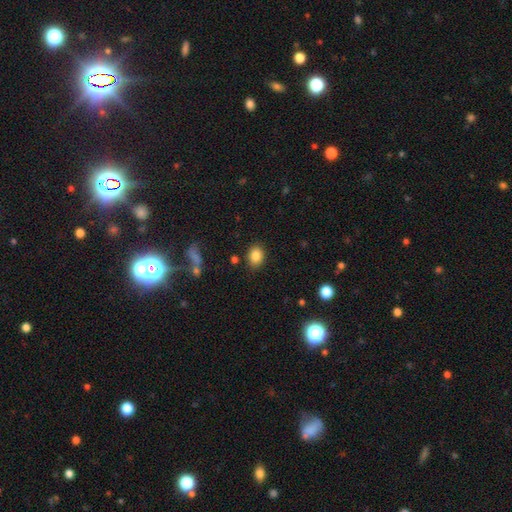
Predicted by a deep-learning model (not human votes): smooth-or-featured: smooth: 85% | star or artifact: 10% | featured or disk: 6%
  how-rounded: in between: 60% | round: 38% | cigar-shaped: 1%
  merging: none: 84% | minor disturbance: 11% | major disturbance: 3% | merger: 2%